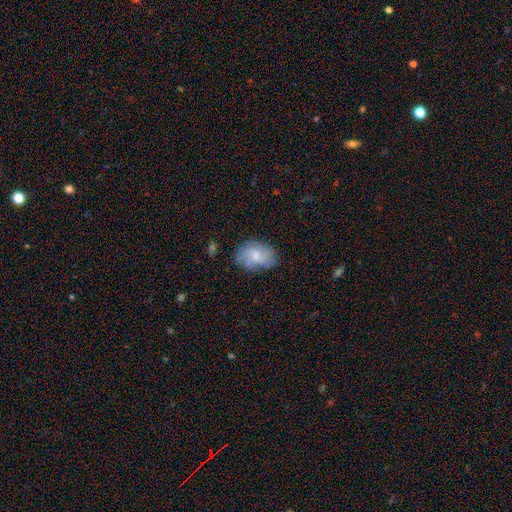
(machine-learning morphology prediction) type=smooth (54%); roundness=in between (79%); merging=none (66%).